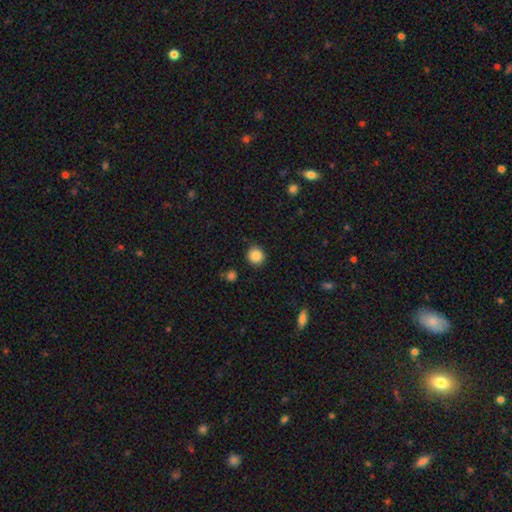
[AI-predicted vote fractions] Q: Smooth or featured?
A: smooth (87%); runner-up: star or artifact (9%)
Q: How rounded?
A: round (91%); runner-up: in between (9%)
Q: Merging?
A: none (88%); runner-up: minor disturbance (7%)